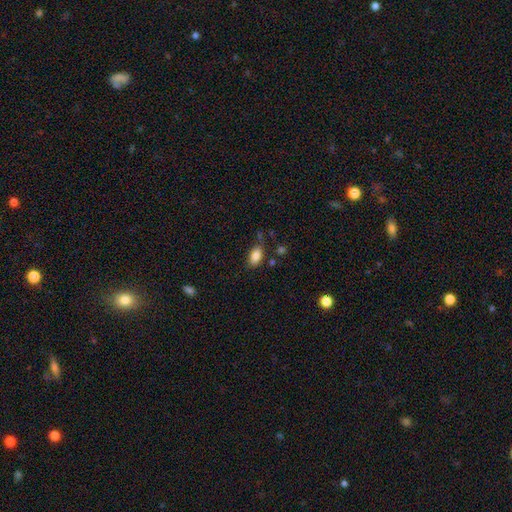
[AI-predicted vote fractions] A smooth galaxy with no disk features (86%) that is in between round and cigar-shaped (92%). Merging: none (72%).